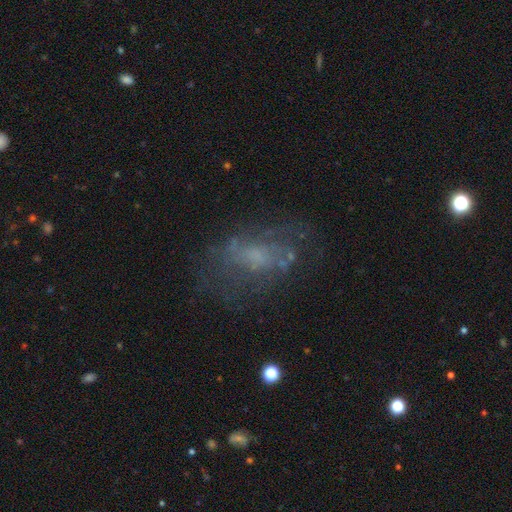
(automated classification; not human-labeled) This appears to be a featured or disk galaxy (52%). Merging: none (54%).